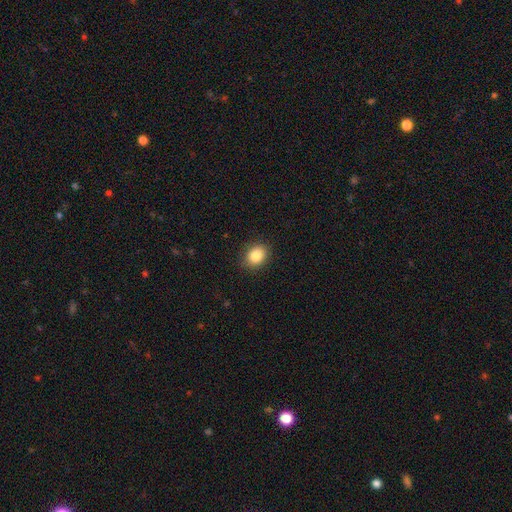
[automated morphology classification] Smooth or featured?
  - smooth: 86% *
  - star or artifact: 9%
  - featured or disk: 5%
How rounded?
  - in between: 55% *
  - round: 44%
  - cigar-shaped: 1%
Merging?
  - none: 88% *
  - minor disturbance: 9%
  - major disturbance: 2%
  - merger: 1%